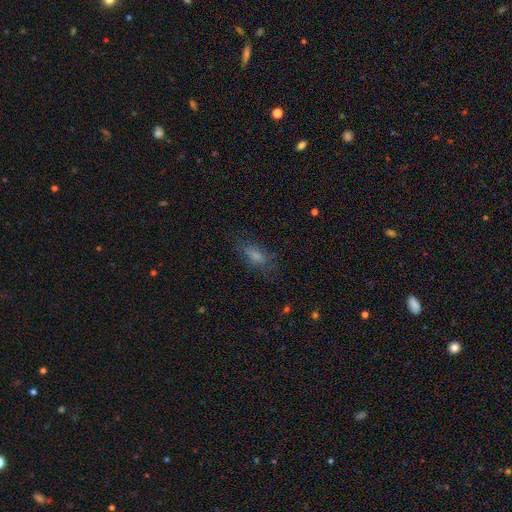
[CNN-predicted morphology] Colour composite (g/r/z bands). It shows a smooth galaxy with no disk features (68%) that is in between round and cigar-shaped (74%). Merging: none (65%).